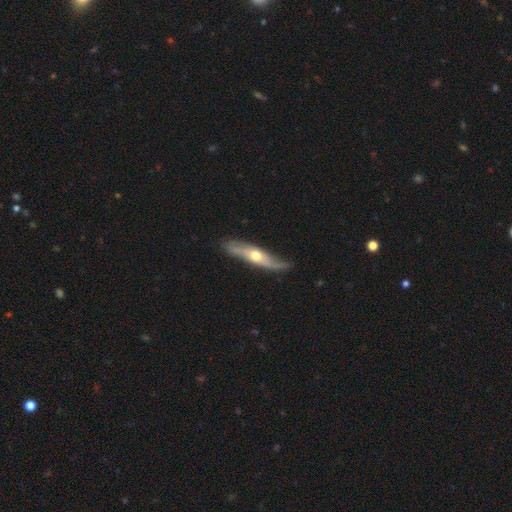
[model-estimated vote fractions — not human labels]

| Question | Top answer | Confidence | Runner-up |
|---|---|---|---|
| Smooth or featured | featured or disk | 66% | smooth (29%) |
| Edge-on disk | yes | 55% | no (45%) |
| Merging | none | 72% | minor disturbance (21%) |